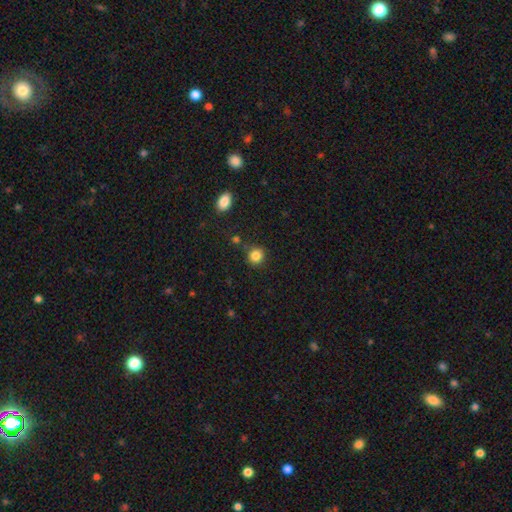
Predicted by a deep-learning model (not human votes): Smooth or featured: smooth — 85% (star or artifact — 11%)
How rounded: round — 89% (in between — 10%)
Merging: none — 85% (minor disturbance — 8%)